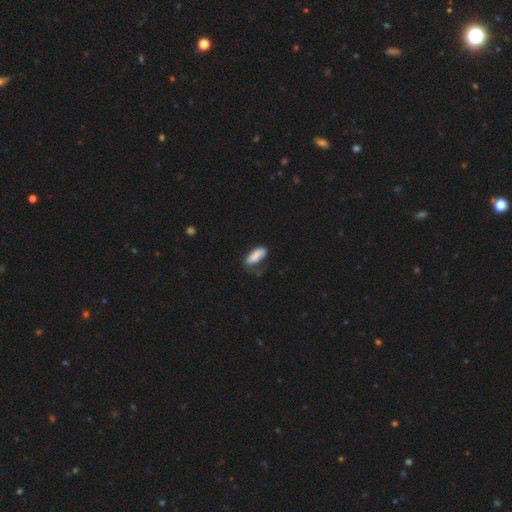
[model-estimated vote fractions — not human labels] This appears to be a smooth galaxy with no disk features (85%) that is in between round and cigar-shaped (82%). Merging: none (50%).